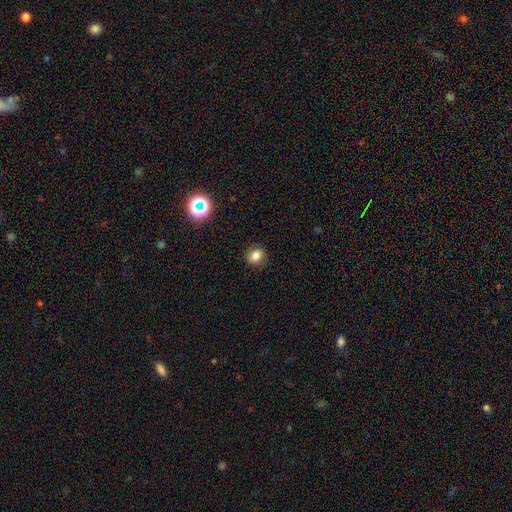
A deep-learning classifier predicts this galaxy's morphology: type=smooth (80%); roundness=round (71%); merging=none (88%).